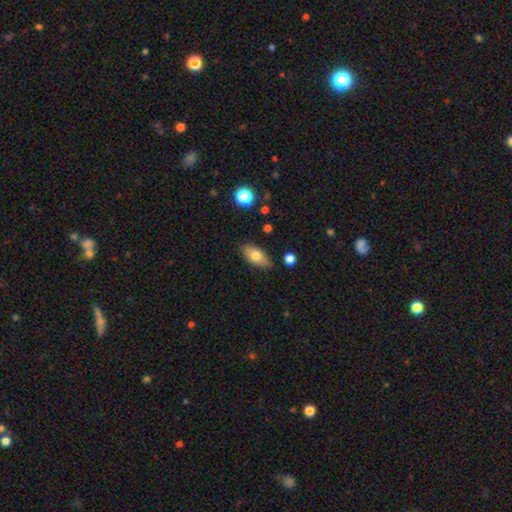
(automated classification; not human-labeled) Overall: smooth (74%). How rounded: in between (87%). Merging: none (85%).